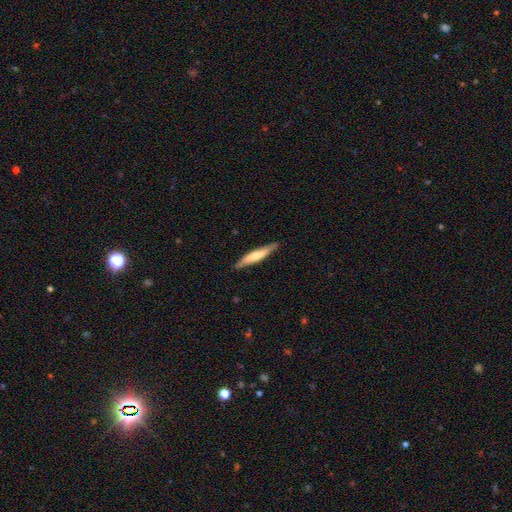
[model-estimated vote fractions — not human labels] smooth_or_featured: smooth (p=0.53) [alt: featured or disk p=0.42]
how_rounded: cigar-shaped (p=0.91) [alt: in between p=0.08]
merging: none (p=0.85) [alt: minor disturbance p=0.12]